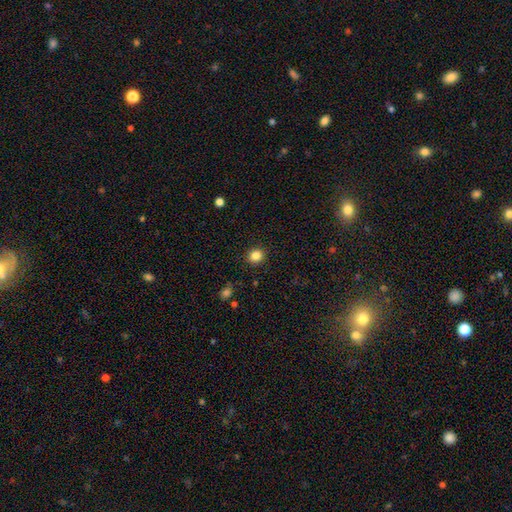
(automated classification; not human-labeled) Smooth or featured? Predicted: smooth (p=0.84). How rounded? Predicted: round (p=0.84). Merging? Predicted: none (p=0.91).